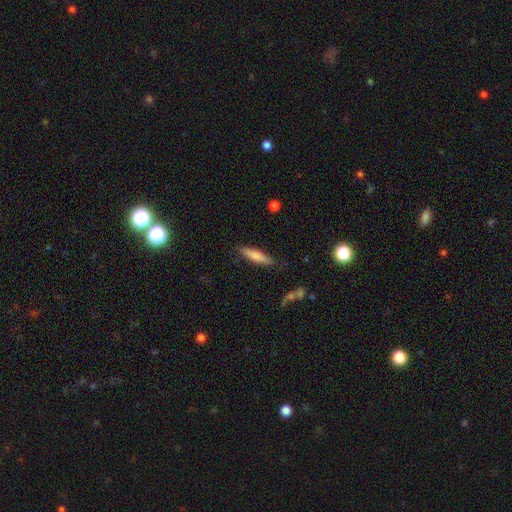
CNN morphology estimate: Q: Smooth or featured?
A: smooth (76%); runner-up: featured or disk (18%)
Q: How rounded?
A: cigar-shaped (78%); runner-up: in between (20%)
Q: Merging?
A: none (85%); runner-up: minor disturbance (11%)